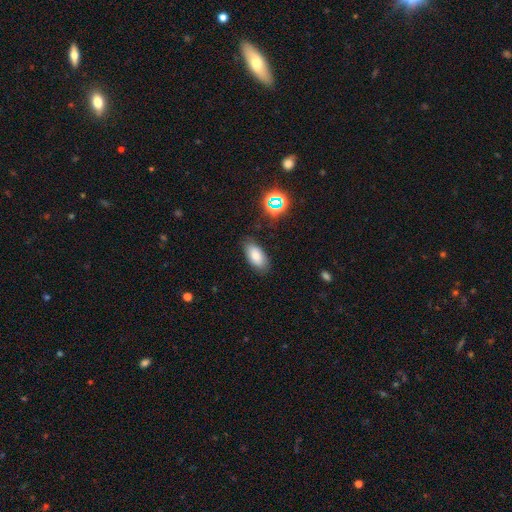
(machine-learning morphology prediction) Smooth or featured?
  - smooth: 80% *
  - star or artifact: 10%
  - featured or disk: 10%
How rounded?
  - in between: 91% *
  - cigar-shaped: 6%
  - round: 3%
Merging?
  - none: 81% *
  - minor disturbance: 14%
  - major disturbance: 3%
  - merger: 2%